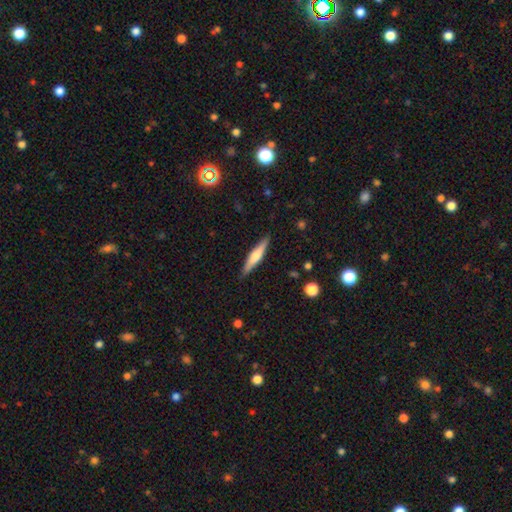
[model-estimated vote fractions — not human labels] A smooth galaxy with no disk features (49%). Merging: none (89%).